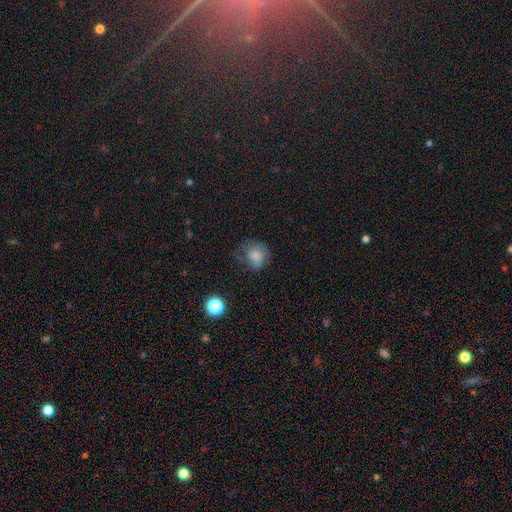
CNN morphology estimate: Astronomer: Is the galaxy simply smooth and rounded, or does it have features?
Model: smooth — 73%.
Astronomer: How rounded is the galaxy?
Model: round — 75%.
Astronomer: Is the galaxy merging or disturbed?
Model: none — 48% (runner-up: minor disturbance, 30%).